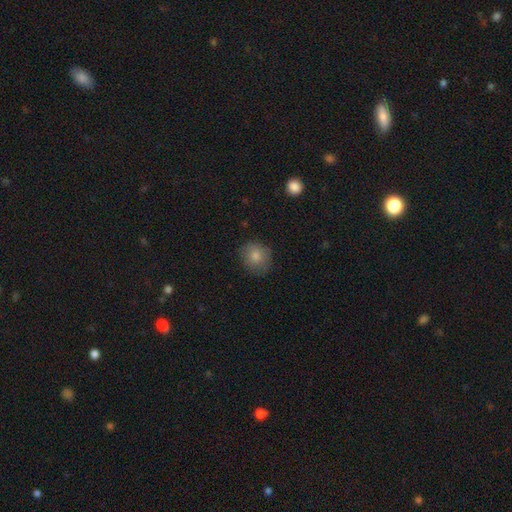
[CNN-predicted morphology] Q: Smooth or featured?
A: smooth (82%); runner-up: star or artifact (9%)
Q: How rounded?
A: round (78%); runner-up: in between (21%)
Q: Merging?
A: none (81%); runner-up: minor disturbance (15%)